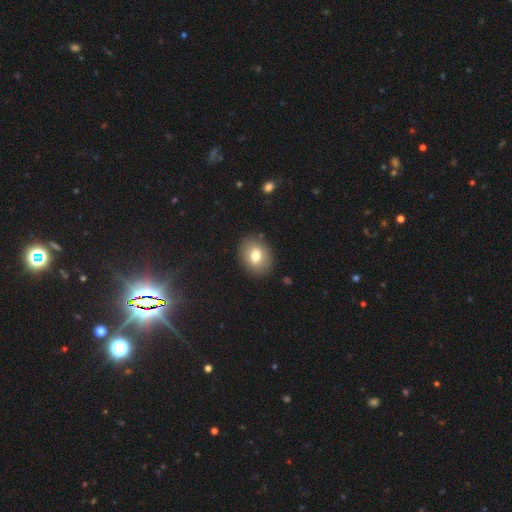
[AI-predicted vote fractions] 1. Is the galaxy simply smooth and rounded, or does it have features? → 76% smooth, 15% featured or disk, 9% star or artifact.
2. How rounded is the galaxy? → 56% in between, 43% round, 1% cigar-shaped.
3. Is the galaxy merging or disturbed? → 87% none, 9% minor disturbance, 3% major disturbance, 1% merger.